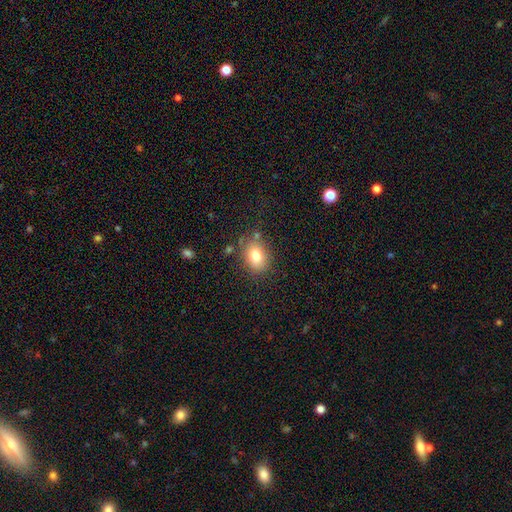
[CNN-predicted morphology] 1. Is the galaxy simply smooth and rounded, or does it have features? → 79% smooth, 11% featured or disk, 10% star or artifact.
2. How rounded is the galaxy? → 59% in between, 40% round, 1% cigar-shaped.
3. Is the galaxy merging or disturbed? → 76% none, 15% minor disturbance, 5% major disturbance, 5% merger.